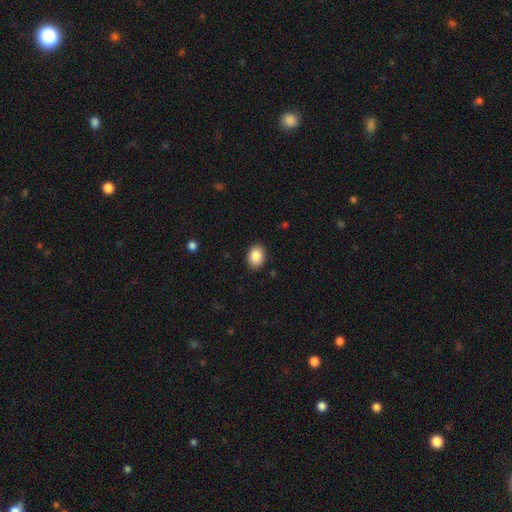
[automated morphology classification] Smooth or featured?
  - smooth: 87% *
  - star or artifact: 8%
  - featured or disk: 5%
How rounded?
  - in between: 73% *
  - round: 27%
  - cigar-shaped: 1%
Merging?
  - none: 87% *
  - minor disturbance: 10%
  - major disturbance: 2%
  - merger: 1%